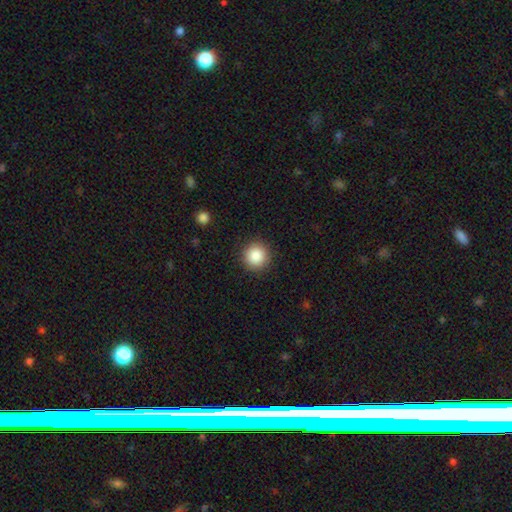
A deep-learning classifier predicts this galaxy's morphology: Smooth or featured? smooth (87%)
How rounded? round (94%)
Merging? none (91%)